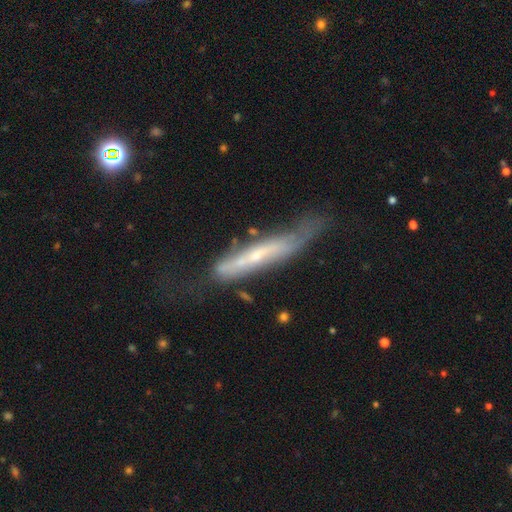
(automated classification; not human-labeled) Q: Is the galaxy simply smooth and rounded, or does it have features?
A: featured or disk — 63%.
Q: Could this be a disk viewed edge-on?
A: yes — 65%.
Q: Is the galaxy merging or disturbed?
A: none — 43%.